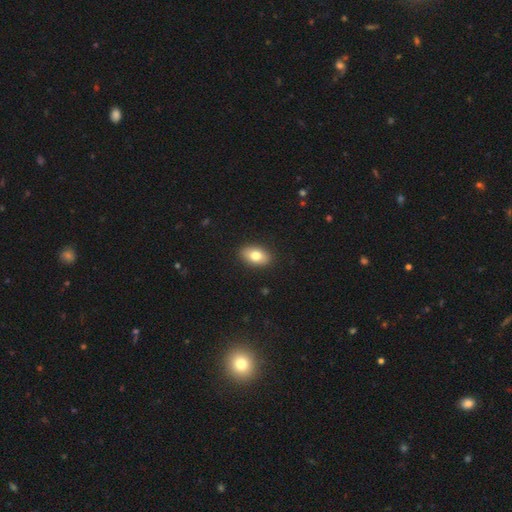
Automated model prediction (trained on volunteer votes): Smooth or featured? smooth (80%)
How rounded? in between (88%)
Merging? none (89%)